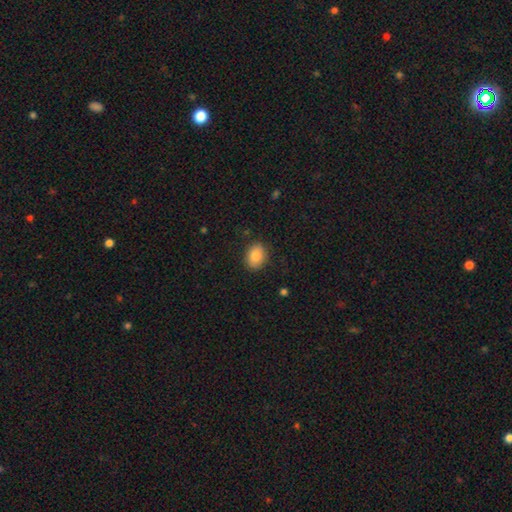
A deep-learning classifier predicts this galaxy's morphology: type=smooth (86%); roundness=in between (69%); merging=none (87%).